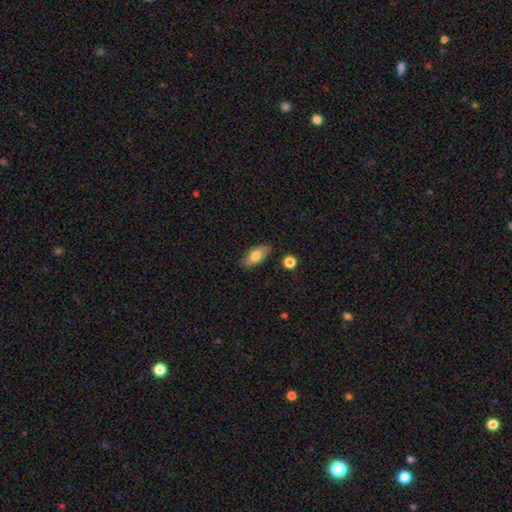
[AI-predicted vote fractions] Overall: smooth (76%). How rounded: in between (90%). Merging: none (84%).